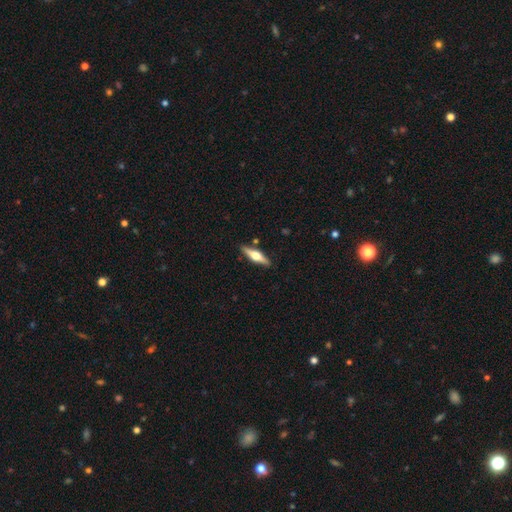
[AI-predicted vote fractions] This is likely a featured or disk galaxy (65%). It is clearly viewed edge-on (96%). Edge-on bulge: clearly rounded (95%). Merging: clearly none (88%).